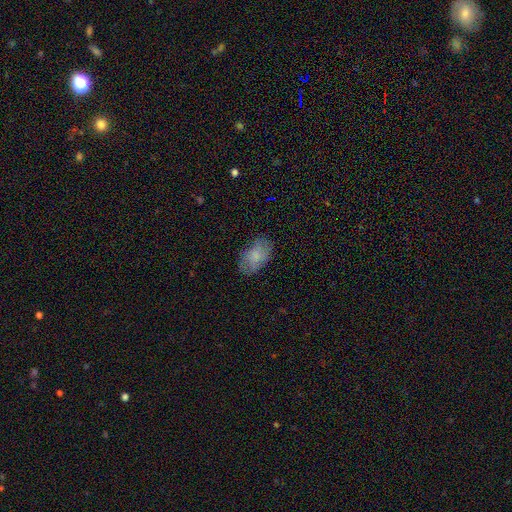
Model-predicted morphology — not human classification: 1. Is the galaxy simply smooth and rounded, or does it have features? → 75% smooth, 18% featured or disk, 8% star or artifact.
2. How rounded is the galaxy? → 93% in between, 6% round, 2% cigar-shaped.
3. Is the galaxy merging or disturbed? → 75% none, 19% minor disturbance, 5% major disturbance, 1% merger.